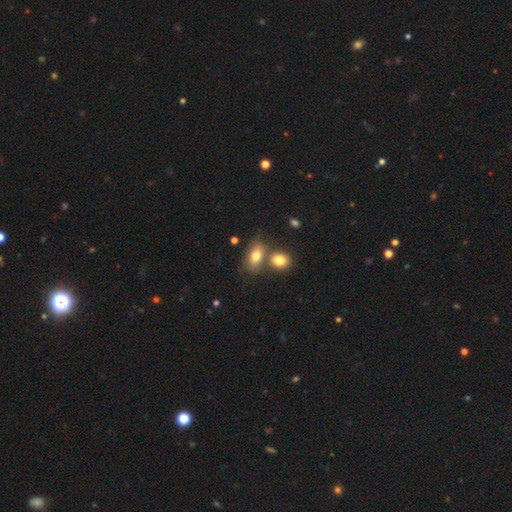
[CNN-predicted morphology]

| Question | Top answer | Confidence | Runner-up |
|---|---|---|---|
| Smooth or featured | smooth | 78% | featured or disk (13%) |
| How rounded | in between | 85% | round (12%) |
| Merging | none | 50% | merger (35%) |